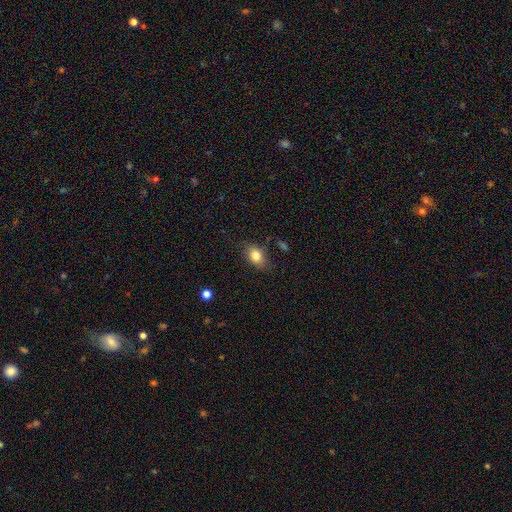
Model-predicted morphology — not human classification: Smooth or featured? smooth (80%)
How rounded? in between (74%)
Merging? none (75%)